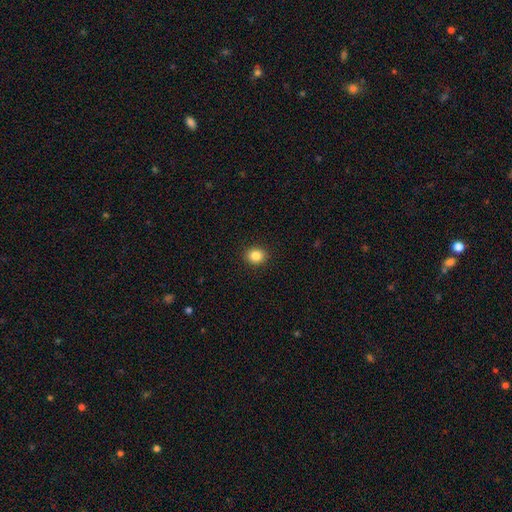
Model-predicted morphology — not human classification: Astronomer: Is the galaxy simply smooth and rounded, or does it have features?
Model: smooth — 85%.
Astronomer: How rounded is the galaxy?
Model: round — 68%.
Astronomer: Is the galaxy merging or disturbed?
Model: none — 91%.